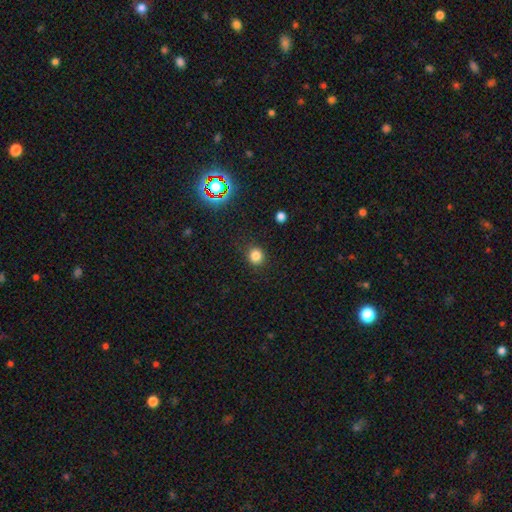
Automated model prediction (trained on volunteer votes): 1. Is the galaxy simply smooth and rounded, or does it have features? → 81% smooth, 14% star or artifact, 5% featured or disk.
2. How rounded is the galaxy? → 86% round, 13% in between, 1% cigar-shaped.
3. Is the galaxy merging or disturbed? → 89% none, 7% minor disturbance, 3% major disturbance, 1% merger.